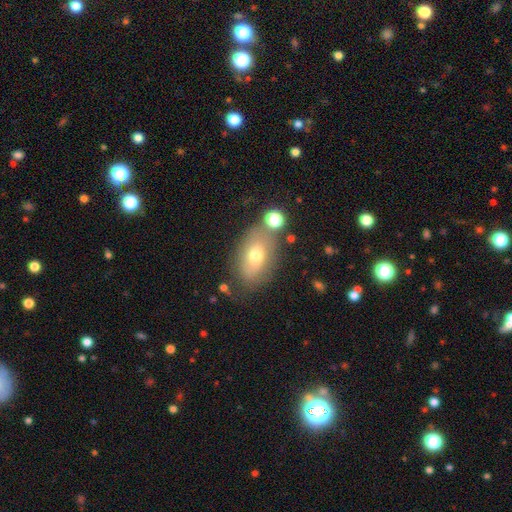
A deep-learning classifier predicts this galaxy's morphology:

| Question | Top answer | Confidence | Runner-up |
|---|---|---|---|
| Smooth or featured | smooth | 63% | featured or disk (27%) |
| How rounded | in between | 86% | round (12%) |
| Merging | none | 66% | minor disturbance (18%) |